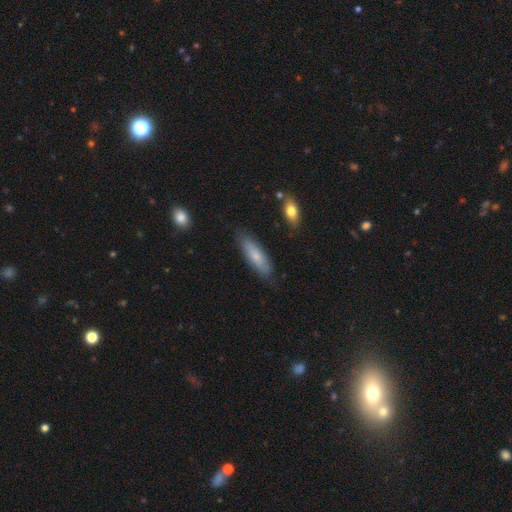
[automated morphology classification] smooth 69%, featured or disk 25%, star or artifact 6%. Down the decision tree: how rounded — in between (49%, tied with cigar-shaped); merging — none (79%).